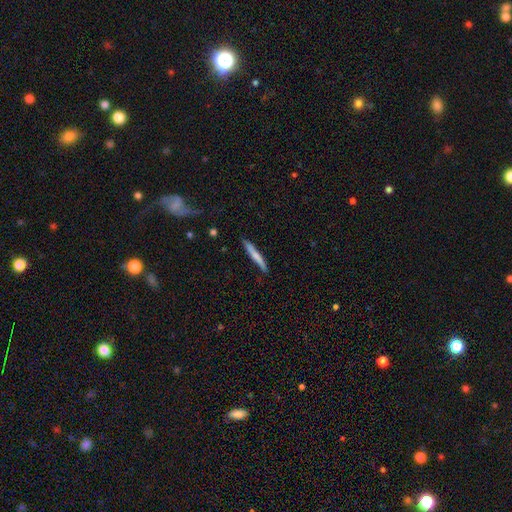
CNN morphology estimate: A smooth galaxy with no disk features (66%) that is cigar-shaped (96%).

Vote fractions:
- Smooth or featured? smooth: 66% / featured or disk: 29% / star or artifact: 6%
- How rounded? cigar-shaped: 96% / in between: 3% / round: 1%
- Merging? none: 87% / minor disturbance: 10% / major disturbance: 2% / merger: 2%